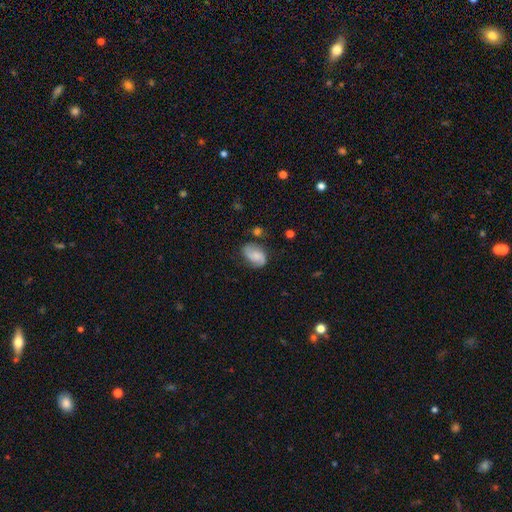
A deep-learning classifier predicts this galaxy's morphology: smooth-or-featured: featured or disk: 46% | smooth: 45% | star or artifact: 9%
  merging: none: 67% | minor disturbance: 22% | major disturbance: 7% | merger: 4%